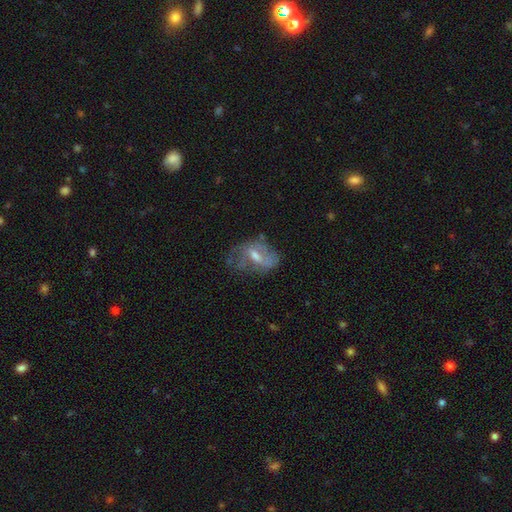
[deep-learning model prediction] Overall: featured or disk (60%; smooth 31%). Edge-on disk: no (95%). Bar: weak (51%; no 31%). Spiral arms: yes (58%; no 42%). Bulge size: moderate (55%; small 29%). Merging: none (43%; minor disturbance 27%).